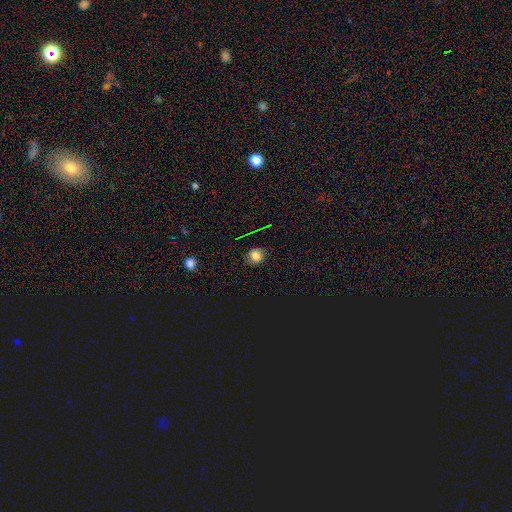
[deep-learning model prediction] The model was most divided on "how rounded": round: 77%, in between: 21%, cigar-shaped: 1%. More confident: merging — none (83%); smooth or featured — smooth (77%).